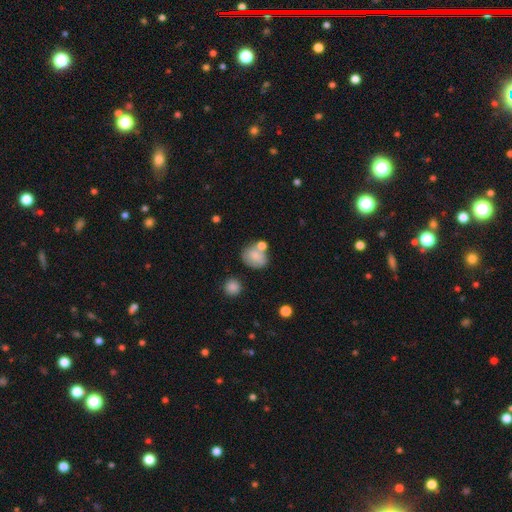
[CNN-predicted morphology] Overall: smooth (75%). How rounded: round (59%; in between 40%). Merging: none (50%; merger 26%).